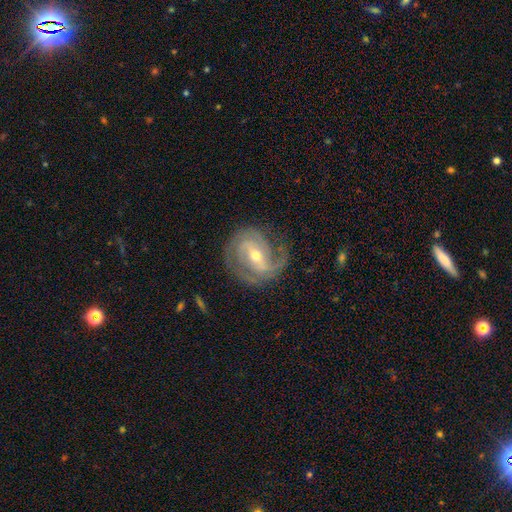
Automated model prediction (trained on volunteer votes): Q: Smooth or featured?
A: featured or disk (88%); runner-up: smooth (7%)
Q: Edge-on disk?
A: no (97%); runner-up: yes (3%)
Q: Bar?
A: weak (42%); runner-up: strong (38%)
Q: Spiral arms?
A: yes (96%); runner-up: no (4%)
Q: Spiral winding?
A: medium (45%); runner-up: tight (42%)
Q: Spiral arm count?
A: 2 (64%); runner-up: 3 (16%)
Q: Bulge size?
A: moderate (53%); runner-up: small (44%)
Q: Merging?
A: none (73%); runner-up: minor disturbance (17%)